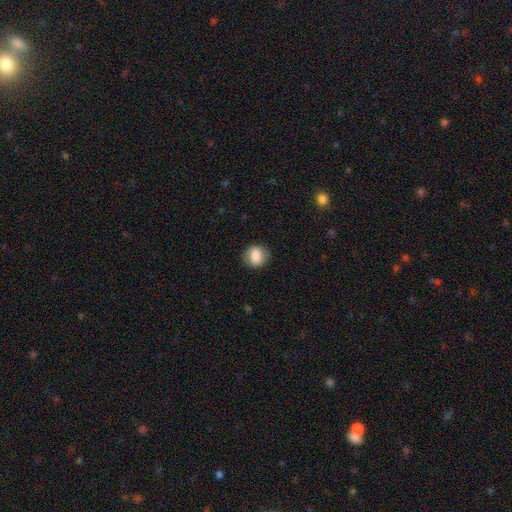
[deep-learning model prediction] smooth-or-featured: smooth: 80% | featured or disk: 12% | star or artifact: 8%
  how-rounded: round: 62% | in between: 37% | cigar-shaped: 1%
  merging: none: 82% | minor disturbance: 13% | major disturbance: 4% | merger: 1%